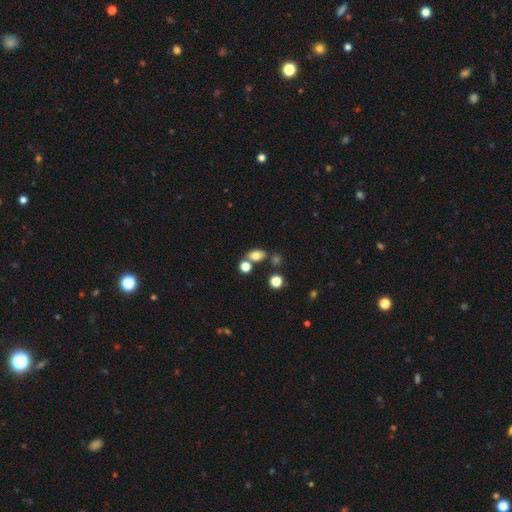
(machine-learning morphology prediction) This appears to be a smooth galaxy with no disk features (78%) that is in between round and cigar-shaped (70%). Merging: none (62%).